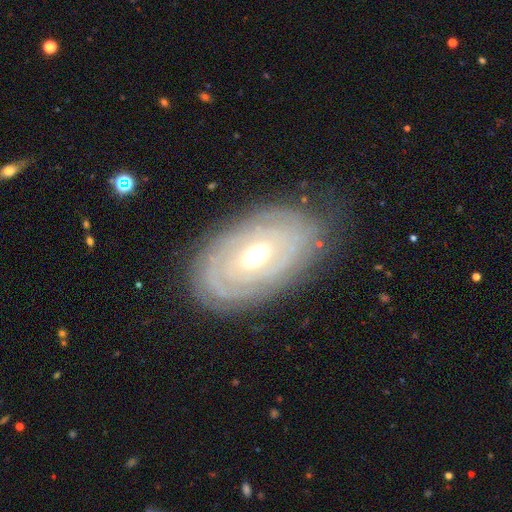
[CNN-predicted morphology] Q: Smooth or featured?
A: featured or disk (77%); runner-up: smooth (18%)
Q: Edge-on disk?
A: no (92%); runner-up: yes (8%)
Q: Bar?
A: no (49%); runner-up: weak (36%)
Q: Spiral arms?
A: yes (72%); runner-up: no (28%)
Q: Spiral winding?
A: tight (81%); runner-up: medium (14%)
Q: Spiral arm count?
A: can't tell (57%); runner-up: 2 (17%)
Q: Bulge size?
A: moderate (69%); runner-up: small (18%)
Q: Merging?
A: none (80%); runner-up: minor disturbance (14%)